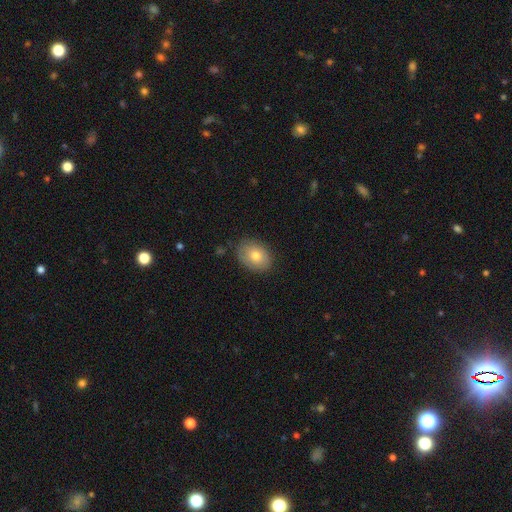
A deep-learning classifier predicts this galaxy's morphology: Overall: smooth (76%). How rounded: in between (71%). Merging: none (82%).